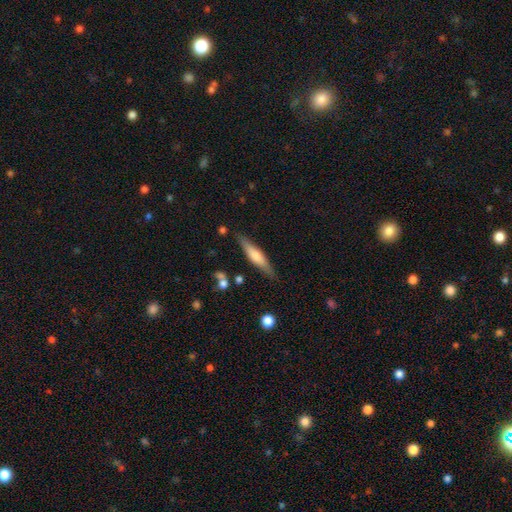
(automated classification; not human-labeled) A smooth galaxy with no disk features (53%) that is cigar-shaped (81%). Merging: none (83%).